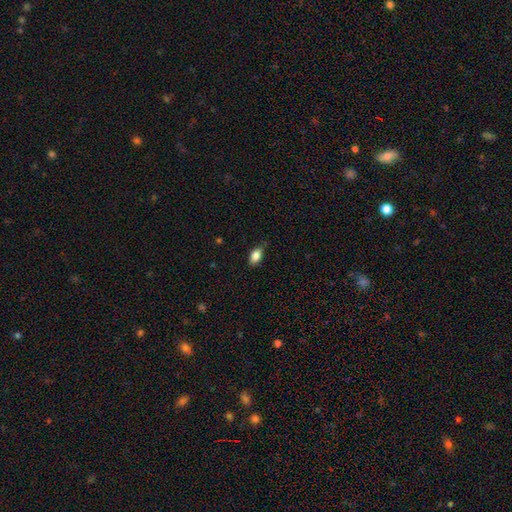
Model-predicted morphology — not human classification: Q: Smooth or featured?
A: smooth (84%); runner-up: star or artifact (8%)
Q: How rounded?
A: in between (87%); runner-up: round (9%)
Q: Merging?
A: none (76%); runner-up: minor disturbance (19%)